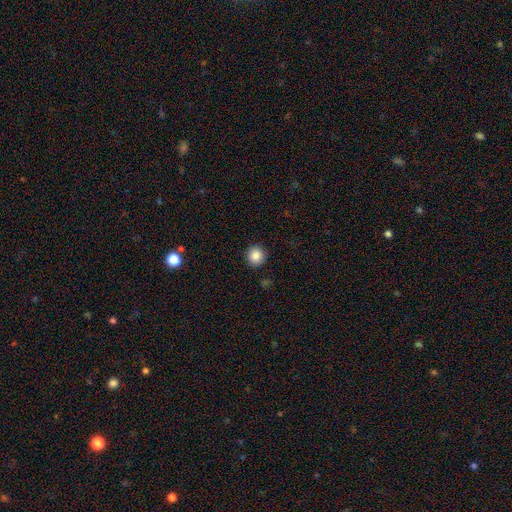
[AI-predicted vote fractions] This appears to be a smooth galaxy with no disk features (86%) that is round (93%). Merging: none (91%).